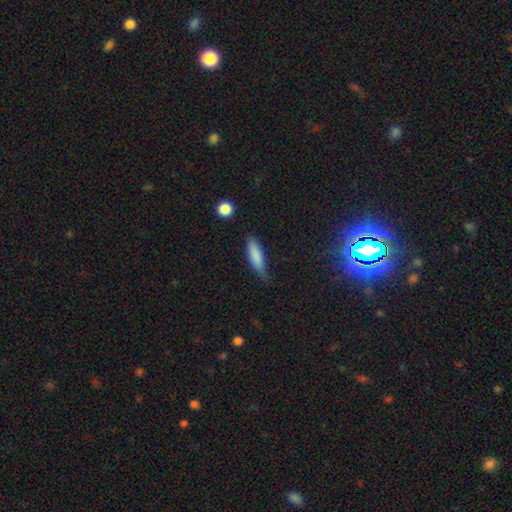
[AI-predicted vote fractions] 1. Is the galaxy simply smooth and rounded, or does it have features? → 80% smooth, 13% featured or disk, 7% star or artifact.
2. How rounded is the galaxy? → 62% cigar-shaped, 36% in between, 2% round.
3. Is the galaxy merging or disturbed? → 64% none, 27% minor disturbance, 6% major disturbance, 2% merger.